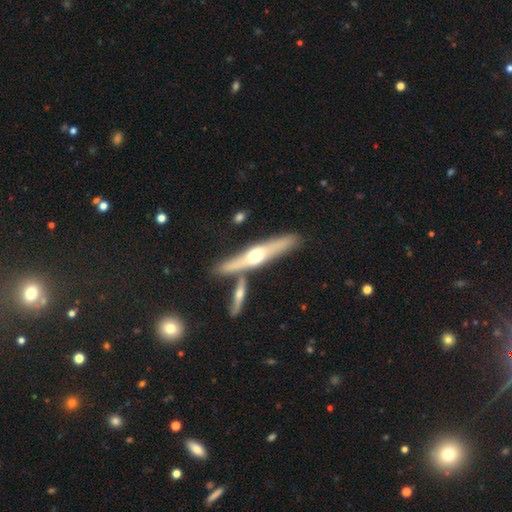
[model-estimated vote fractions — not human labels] This is likely a featured or disk galaxy (64%). It is clearly viewed edge-on (93%). Edge-on bulge: clearly rounded (93%). Merging: likely none (70%).